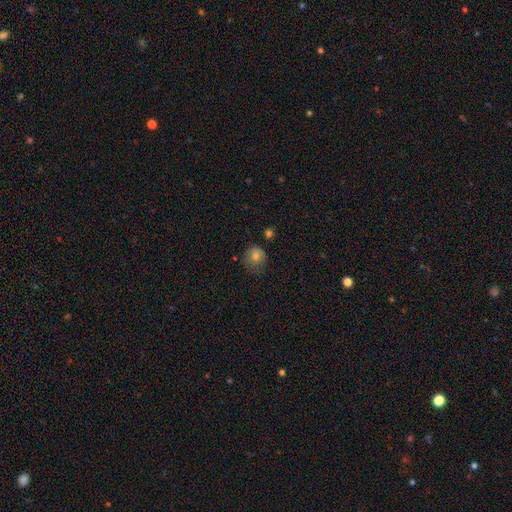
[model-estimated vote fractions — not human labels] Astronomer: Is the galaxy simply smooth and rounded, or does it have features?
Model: smooth — 71%.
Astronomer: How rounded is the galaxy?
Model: round — 84%.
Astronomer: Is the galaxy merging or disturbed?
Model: none — 63%.